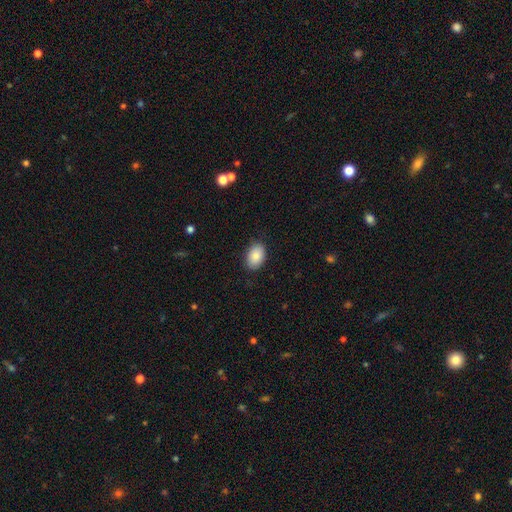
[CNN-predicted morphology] smooth_or_featured: smooth (p=0.86) [alt: star or artifact p=0.07]
how_rounded: in between (p=0.88) [alt: round p=0.11]
merging: none (p=0.87) [alt: minor disturbance p=0.10]